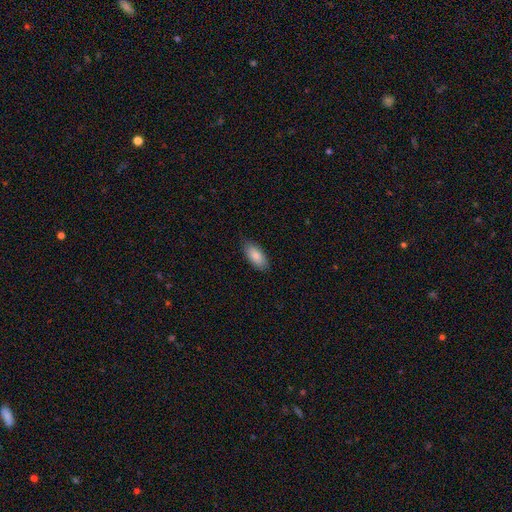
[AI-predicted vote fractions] smooth 87%, featured or disk 7%, star or artifact 6%. Down the decision tree: how rounded — in between (90%); merging — none (84%).